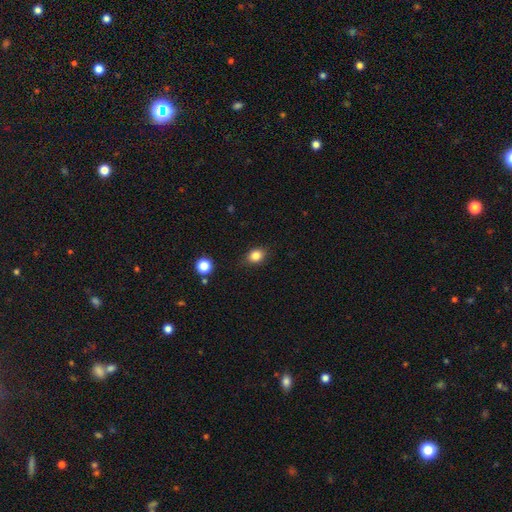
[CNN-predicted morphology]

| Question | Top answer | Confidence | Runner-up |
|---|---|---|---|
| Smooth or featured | smooth | 83% | star or artifact (11%) |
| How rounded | in between | 53% | round (46%) |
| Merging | none | 83% | minor disturbance (13%) |